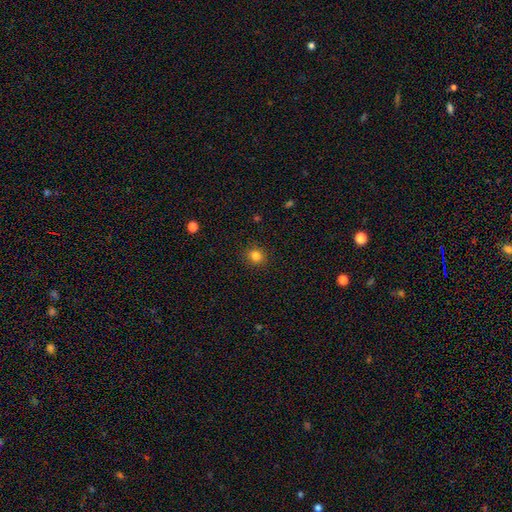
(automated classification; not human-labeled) A smooth galaxy with no disk features (83%) that is round (81%).

Vote fractions:
- Smooth or featured? smooth: 83% / star or artifact: 12% / featured or disk: 5%
- How rounded? round: 81% / in between: 18% / cigar-shaped: 1%
- Merging? none: 90% / minor disturbance: 7% / major disturbance: 2% / merger: 1%